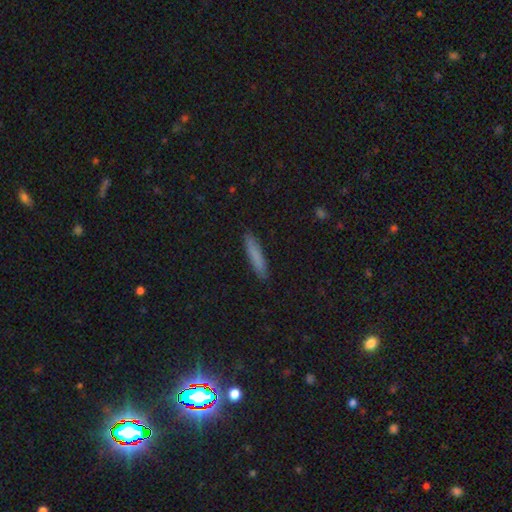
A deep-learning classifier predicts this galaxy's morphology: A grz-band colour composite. It shows a smooth galaxy with no disk features (81%) that is cigar-shaped (90%). Merging: none (89%).